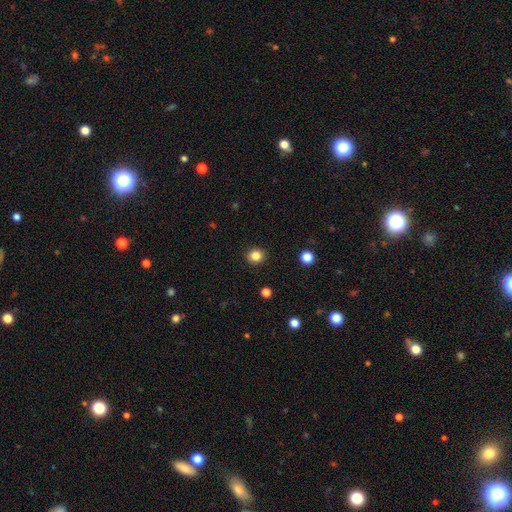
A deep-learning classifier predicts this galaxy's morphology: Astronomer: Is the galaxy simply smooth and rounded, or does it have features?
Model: smooth — 83%.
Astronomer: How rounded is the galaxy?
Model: round — 84%.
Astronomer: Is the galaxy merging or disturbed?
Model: none — 92%.